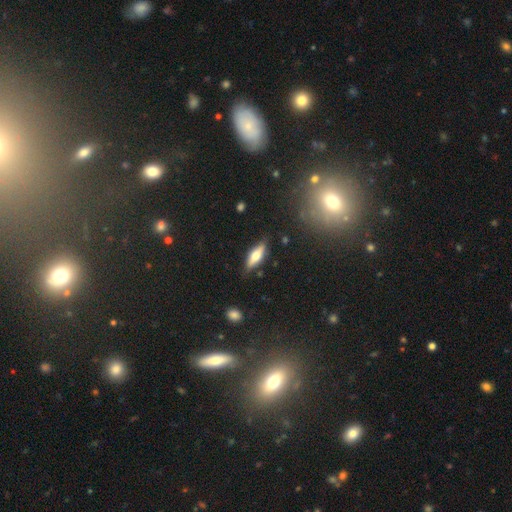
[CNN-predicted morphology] type=smooth (57%); roundness=in between (54%); merging=none (80%).